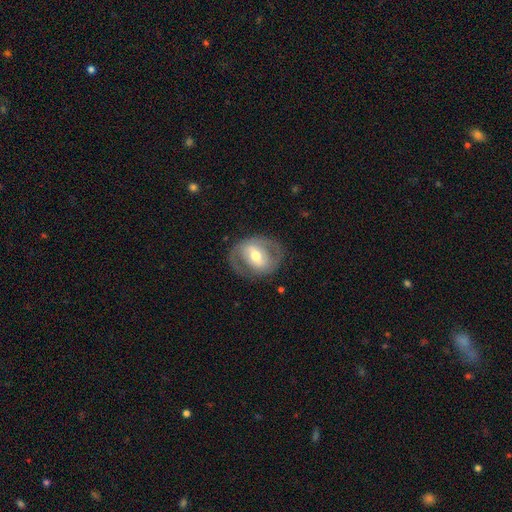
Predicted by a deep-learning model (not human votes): Smooth or featured? featured or disk (68%)
Edge-on disk? no (95%)
Bar? weak (39%)
Spiral arms? yes (61%)
Bulge size? moderate (68%)
Merging? none (76%)